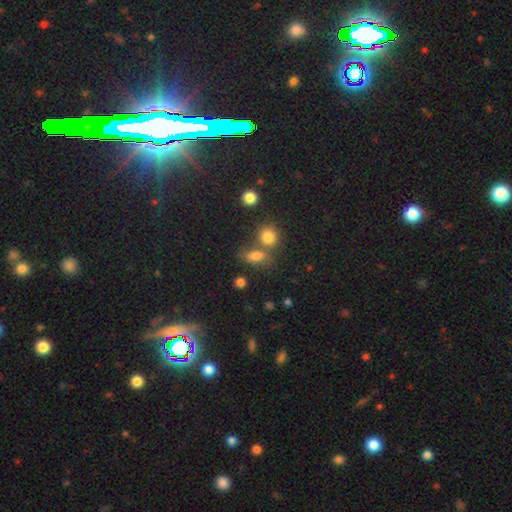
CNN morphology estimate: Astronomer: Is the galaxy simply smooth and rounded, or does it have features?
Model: smooth — 77%.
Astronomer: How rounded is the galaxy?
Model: in between — 73%.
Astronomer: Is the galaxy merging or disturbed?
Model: none — 52% (runner-up: merger, 30%).